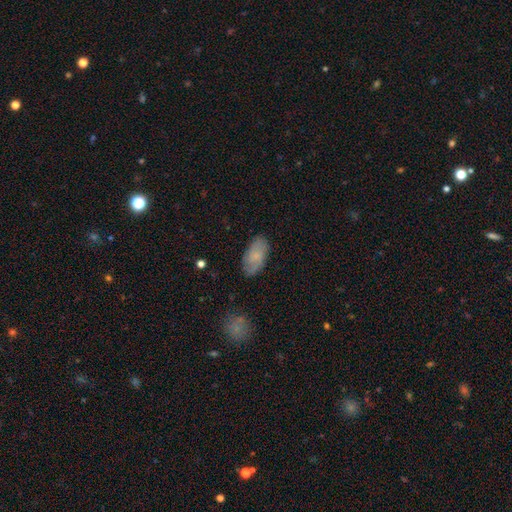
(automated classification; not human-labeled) Smooth or featured? Predicted: smooth (p=0.69). How rounded? Predicted: in between (p=0.93). Merging? Predicted: none (p=0.78).